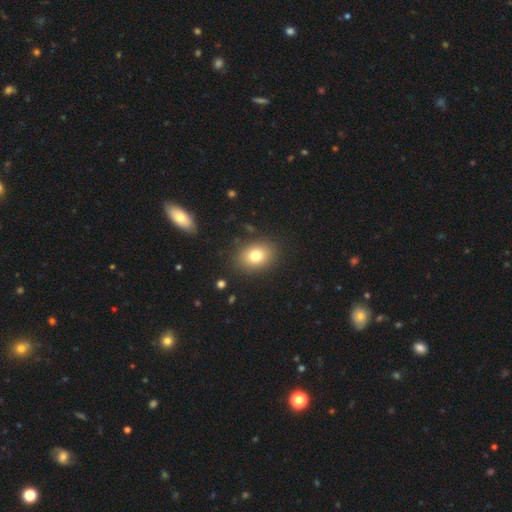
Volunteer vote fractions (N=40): Smooth or featured?
  - smooth: 85% *
  - featured or disk: 10%
  - star or artifact: 5%
How rounded?
  - in between: 71% *
  - round: 29%
  - cigar-shaped: 0%
Merging?
  - none: 89% *
  - minor disturbance: 11%
  - major disturbance: 0%
  - merger: 0%